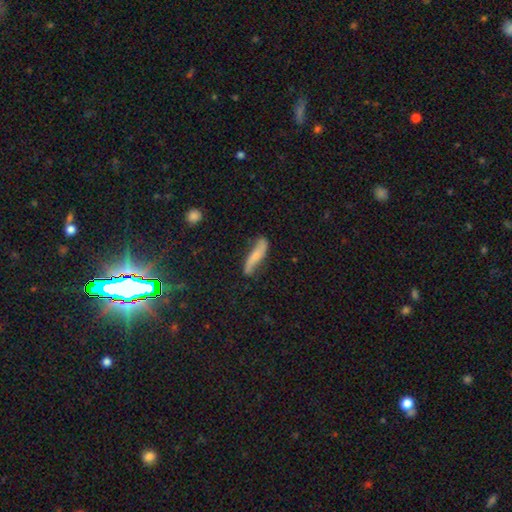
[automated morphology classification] This is possibly a smooth galaxy (53%). How rounded: likely cigar-shaped (79%). Merging: likely none (67%).